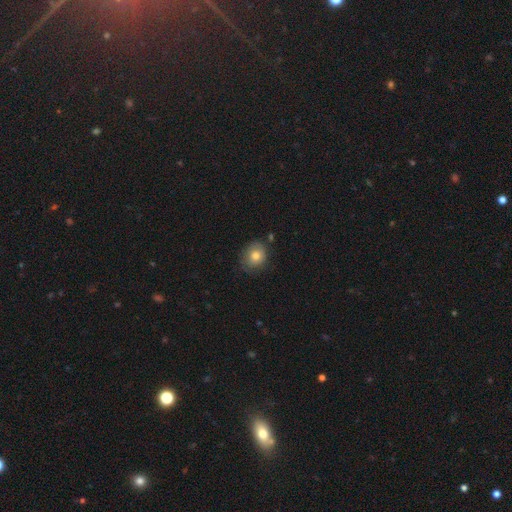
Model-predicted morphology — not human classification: Q: Smooth or featured?
A: smooth (79%); runner-up: featured or disk (12%)
Q: How rounded?
A: round (66%); runner-up: in between (33%)
Q: Merging?
A: none (74%); runner-up: minor disturbance (19%)